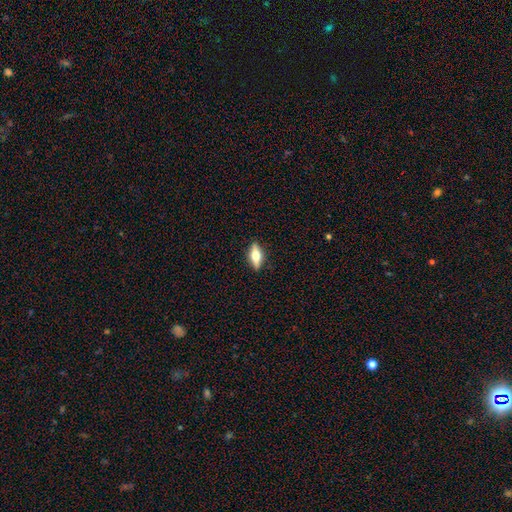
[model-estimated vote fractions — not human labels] This is possibly a featured or disk galaxy (54%). It is clearly viewed edge-on (93%). Edge-on bulge: clearly rounded (95%). Merging: clearly none (89%).